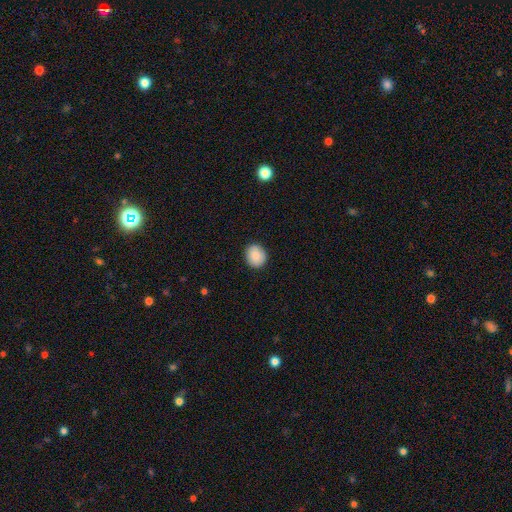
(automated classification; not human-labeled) smooth_or_featured: smooth (p=0.88) [alt: star or artifact p=0.07]
how_rounded: round (p=0.69) [alt: in between p=0.30]
merging: none (p=0.90) [alt: minor disturbance p=0.07]